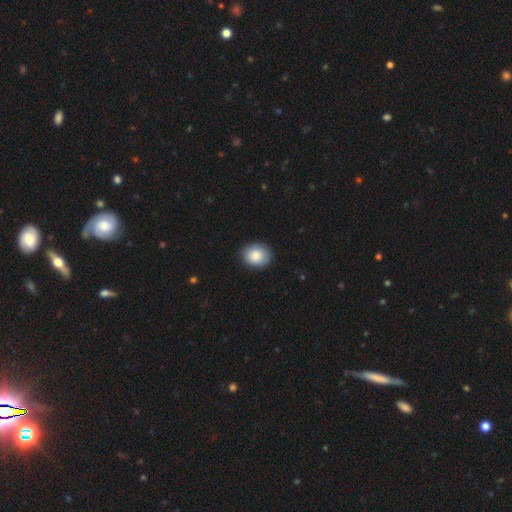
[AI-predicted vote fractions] Smooth or featured?
  - smooth: 86% *
  - star or artifact: 7%
  - featured or disk: 7%
How rounded?
  - round: 63% *
  - in between: 36%
  - cigar-shaped: 1%
Merging?
  - none: 85% *
  - minor disturbance: 11%
  - major disturbance: 2%
  - merger: 1%